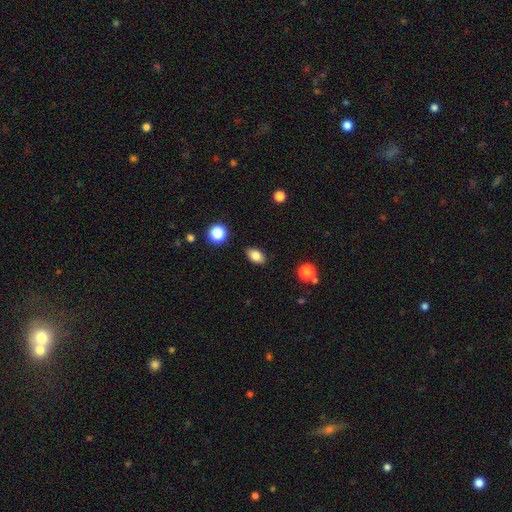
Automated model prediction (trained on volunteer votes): smooth-or-featured: smooth: 82% | star or artifact: 10% | featured or disk: 8%
  how-rounded: in between: 87% | round: 11% | cigar-shaped: 2%
  merging: none: 87% | minor disturbance: 9% | major disturbance: 2% | merger: 2%